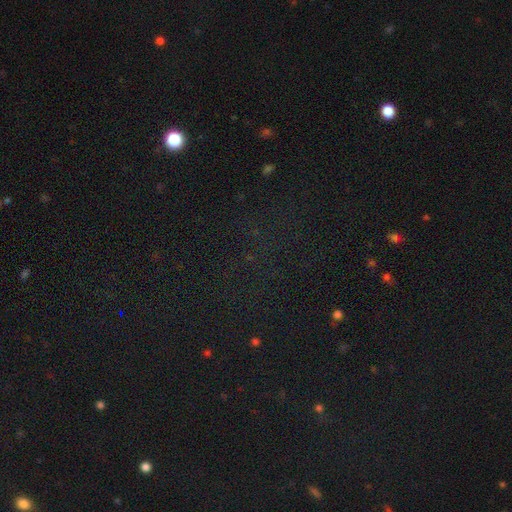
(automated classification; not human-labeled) Smooth or featured? star or artifact (72%)